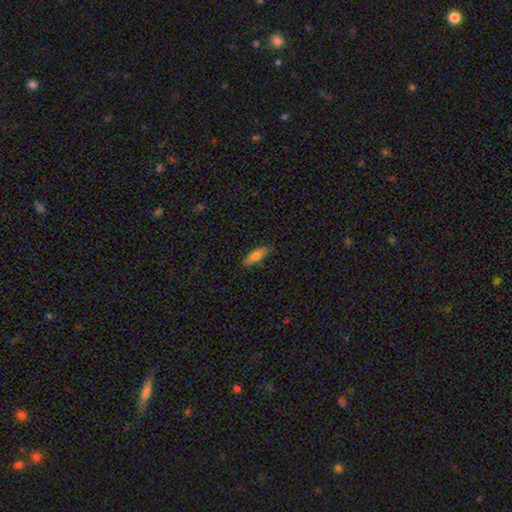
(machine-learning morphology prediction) The model was most divided on "how rounded": in between: 61%, cigar-shaped: 37%, round: 2%. More confident: merging — none (82%); smooth or featured — smooth (79%).